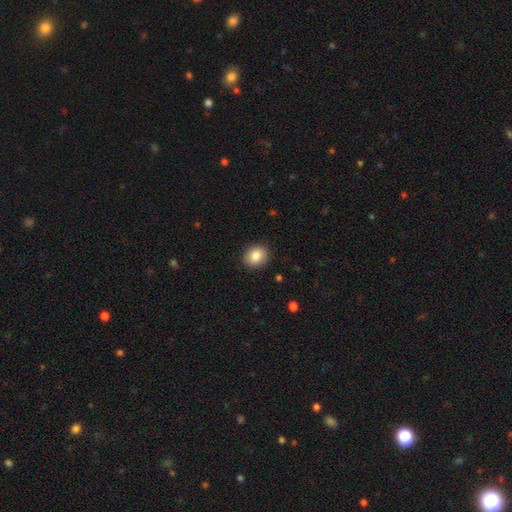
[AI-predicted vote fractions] Overall: smooth (85%). How rounded: round (71%). Merging: none (89%).